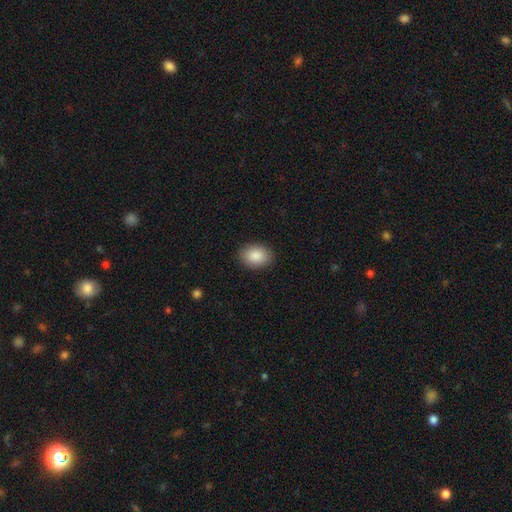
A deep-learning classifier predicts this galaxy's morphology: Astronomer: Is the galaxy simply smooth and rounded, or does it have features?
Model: smooth — 88%.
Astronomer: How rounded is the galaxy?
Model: in between — 76%.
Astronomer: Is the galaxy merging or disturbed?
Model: none — 89%.